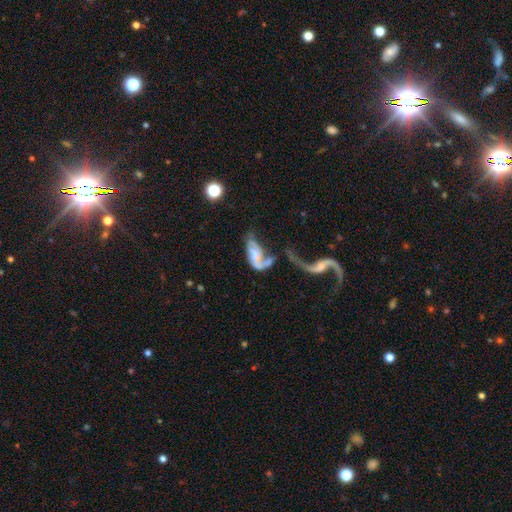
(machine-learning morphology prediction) Smooth or featured?
  - featured or disk: 63% *
  - smooth: 28%
  - star or artifact: 8%
Edge-on disk?
  - no: 94% *
  - yes: 6%
Bar?
  - no: 61% *
  - weak: 28%
  - strong: 11%
Spiral arms?
  - yes: 69% *
  - no: 31%
Bulge size?
  - none: 37% *
  - small: 30%
  - moderate: 24%
  - large: 7%
  - dominant: 2%
Merging?
  - merger: 42% *
  - major disturbance: 37%
  - none: 12%
  - minor disturbance: 10%